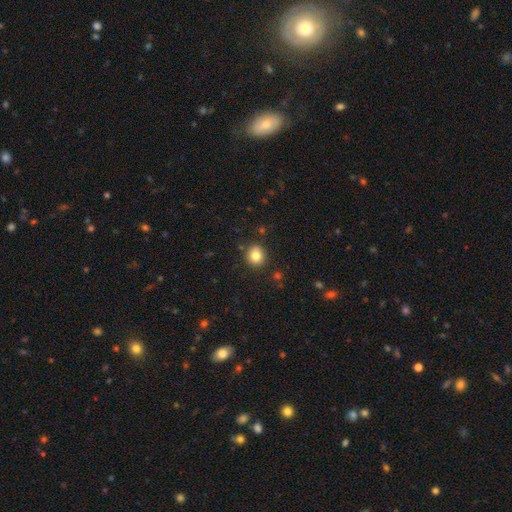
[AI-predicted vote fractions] smooth 82%, star or artifact 11%, featured or disk 7%. Down the decision tree: how rounded — round (87%); merging — none (89%).